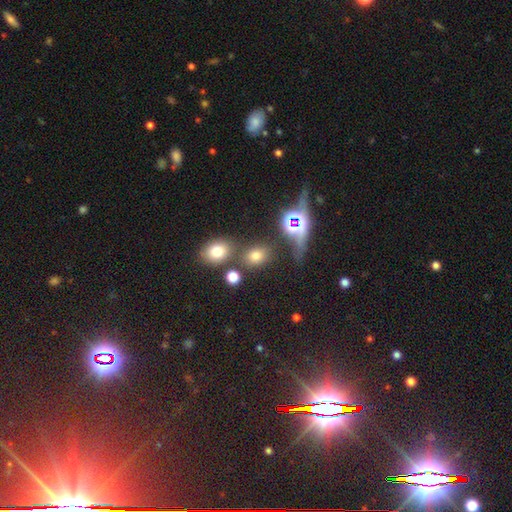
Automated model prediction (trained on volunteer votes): A smooth galaxy with no disk features (70%) that is in between round and cigar-shaped (62%). Merging: none (69%).